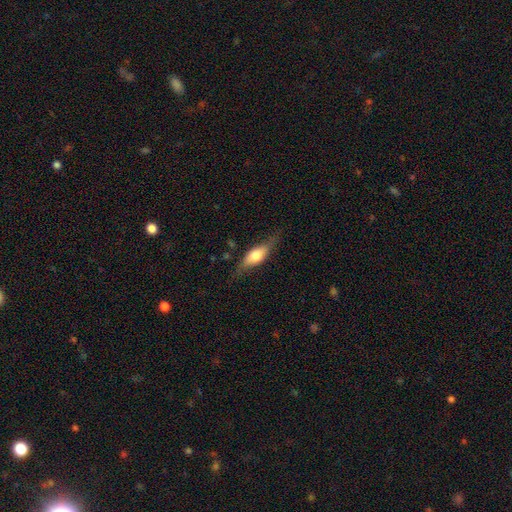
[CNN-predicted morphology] Overall: smooth (53%; featured or disk 40%). How rounded: in between (62%; cigar-shaped 34%). Merging: none (70%).